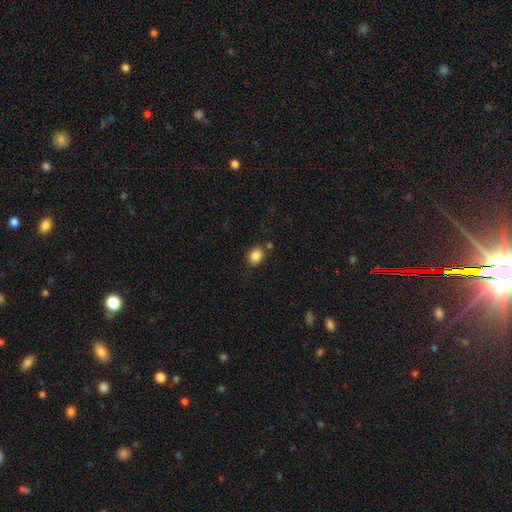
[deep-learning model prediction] smooth_or_featured: smooth (p=0.86) [alt: star or artifact p=0.09]
how_rounded: in between (p=0.50) [alt: round p=0.49]
merging: none (p=0.79) [alt: minor disturbance p=0.11]